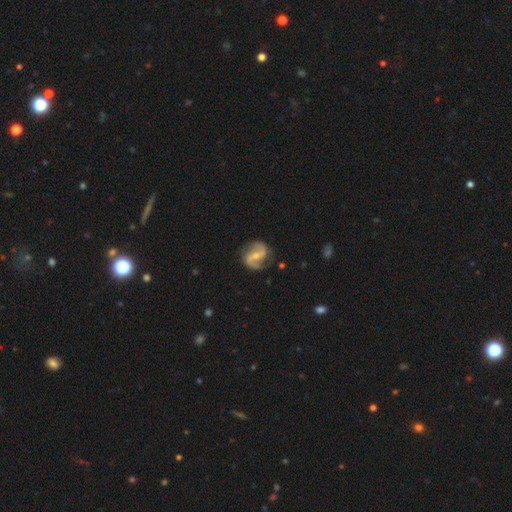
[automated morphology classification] A featured or disk galaxy (88%) with a weak bar (45%), 2 (92%) medium (50%) spiral arms (97%) and a small central bulge (56%).

Vote fractions:
- Smooth or featured? featured or disk: 88% / smooth: 8% / star or artifact: 5%
- Edge-on disk? no: 98% / yes: 2%
- Bar? weak: 45% / strong: 27% / no: 27%
- Spiral arms? yes: 97% / no: 3%
- Spiral winding? medium: 50% / loose: 35% / tight: 15%
- Spiral arm count? 2: 92% / can't tell: 2% / 1: 2% / 3: 1% / 4: 1% / more than 4: 1%
- Bulge size? small: 56% / moderate: 36% / none: 5% / large: 1% / dominant: 1%
- Merging? none: 80% / minor disturbance: 14% / major disturbance: 5% / merger: 1%